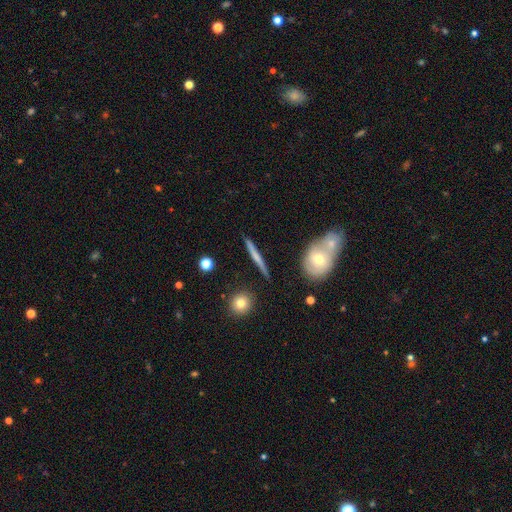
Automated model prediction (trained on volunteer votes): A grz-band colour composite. It shows a featured or disk galaxy (50%) viewed edge-on (94%). Merging: none (87%).